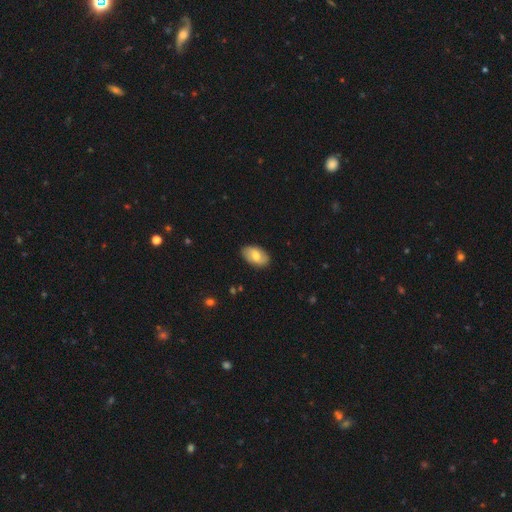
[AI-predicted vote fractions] This appears to be a smooth galaxy with no disk features (61%) that is in between round and cigar-shaped (93%). Merging: none (85%).